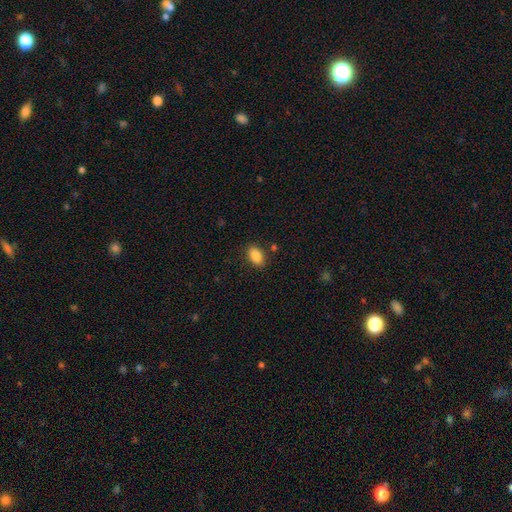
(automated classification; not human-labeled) The model was most divided on "merging": none: 85%, minor disturbance: 10%, major disturbance: 3%, merger: 2%. More confident: how rounded — in between (89%); smooth or featured — smooth (87%).